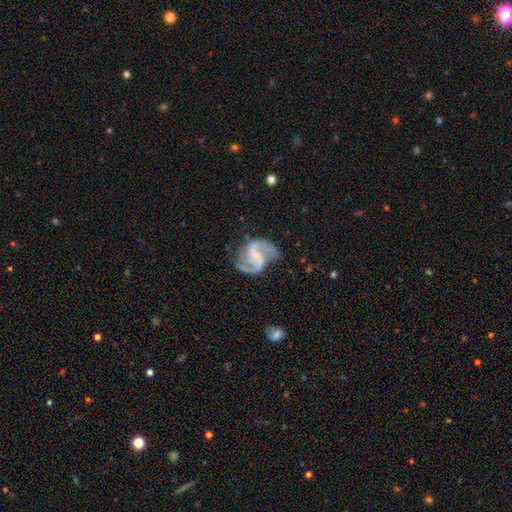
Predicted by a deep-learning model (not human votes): smooth-or-featured: featured or disk: 91% | star or artifact: 4% | smooth: 4%
  disk-edge-on: no: 98% | yes: 2%
    bar: weak: 49% | strong: 28% | no: 23%
    has-spiral-arms: yes: 98% | no: 2%
      spiral-winding: medium: 59% | loose: 27% | tight: 14%
      spiral-arm-count: 2: 91% | 3: 3% | can't tell: 2% | 1: 1% | 4: 1% | more than 4: 1%
    bulge-size: small: 67% | moderate: 24% | none: 7% | large: 1% | dominant: 1%
  merging: none: 72% | minor disturbance: 18% | major disturbance: 8% | merger: 2%